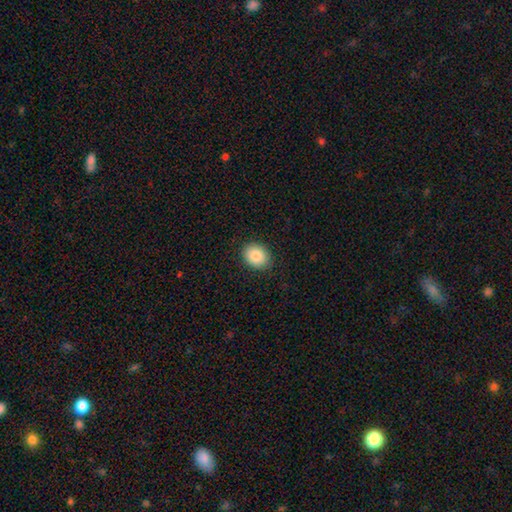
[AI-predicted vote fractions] Smooth or featured?
  - smooth: 86% *
  - star or artifact: 8%
  - featured or disk: 6%
How rounded?
  - round: 51% *
  - in between: 48%
  - cigar-shaped: 1%
Merging?
  - none: 88% *
  - minor disturbance: 9%
  - major disturbance: 2%
  - merger: 1%